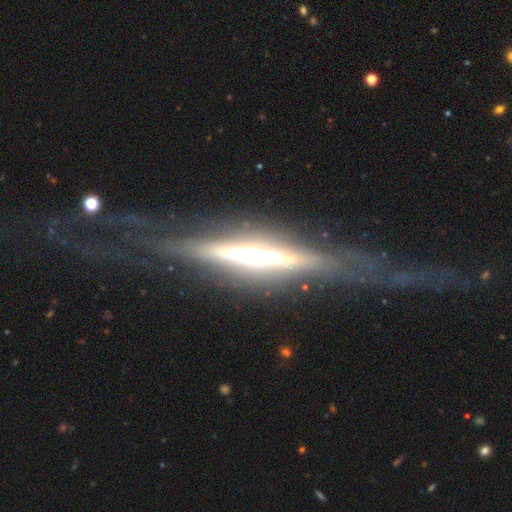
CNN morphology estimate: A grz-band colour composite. It shows a featured or disk galaxy (82%) viewed edge-on (90%) with a rounded central bulge (45%). Merging: none (65%).